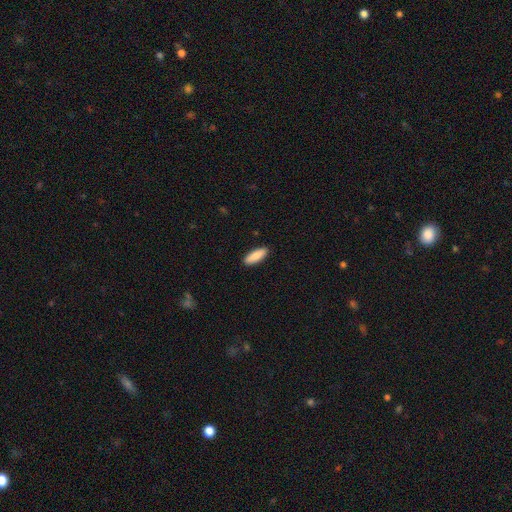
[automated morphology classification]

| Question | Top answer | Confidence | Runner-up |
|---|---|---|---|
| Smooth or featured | smooth | 88% | featured or disk (7%) |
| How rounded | in between | 58% | cigar-shaped (41%) |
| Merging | none | 90% | minor disturbance (7%) |